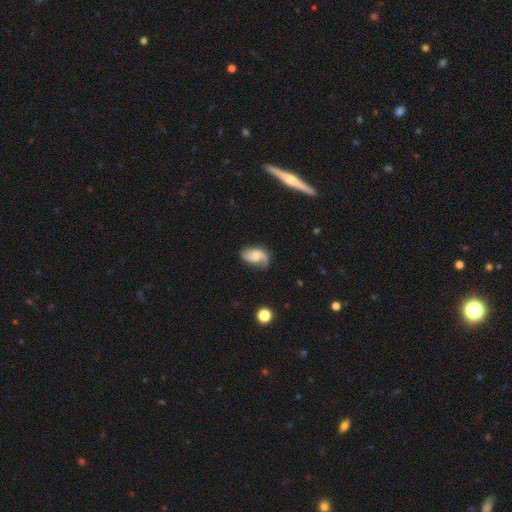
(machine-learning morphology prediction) Smooth or featured: featured or disk — 57% (smooth — 35%)
Edge-on disk: no — 96% (yes — 4%)
Bar: no — 62% (weak — 32%)
Spiral arms: yes — 90% (no — 10%)
Bulge size: small — 39% (moderate — 35%)
Merging: none — 53% (minor disturbance — 28%)